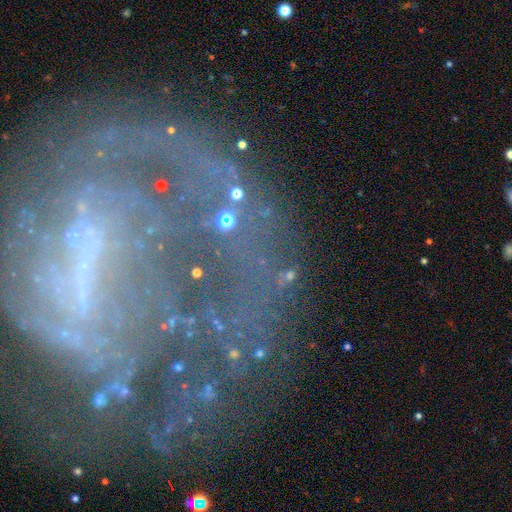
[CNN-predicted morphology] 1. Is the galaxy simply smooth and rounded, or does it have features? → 75% featured or disk, 14% star or artifact, 11% smooth.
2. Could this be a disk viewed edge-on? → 96% no, 4% yes.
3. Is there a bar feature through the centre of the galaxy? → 35% weak, 34% strong, 31% no.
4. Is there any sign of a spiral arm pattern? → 67% yes, 33% no.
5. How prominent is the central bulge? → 48% none, 30% small, 16% moderate, 4% large, 2% dominant.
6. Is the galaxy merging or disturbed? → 49% none, 28% major disturbance, 18% minor disturbance, 5% merger.